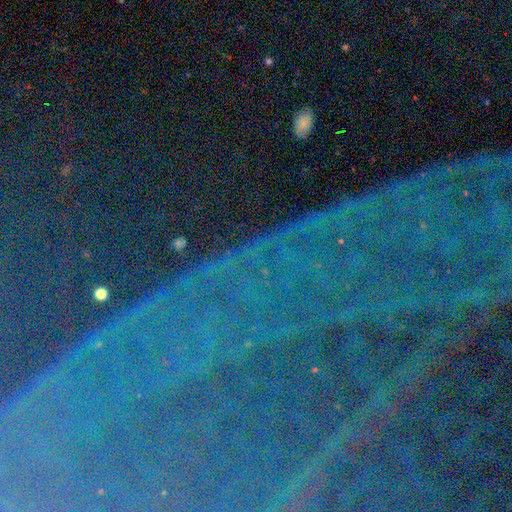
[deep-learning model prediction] Q: Smooth or featured?
A: star or artifact (87%); runner-up: featured or disk (7%)